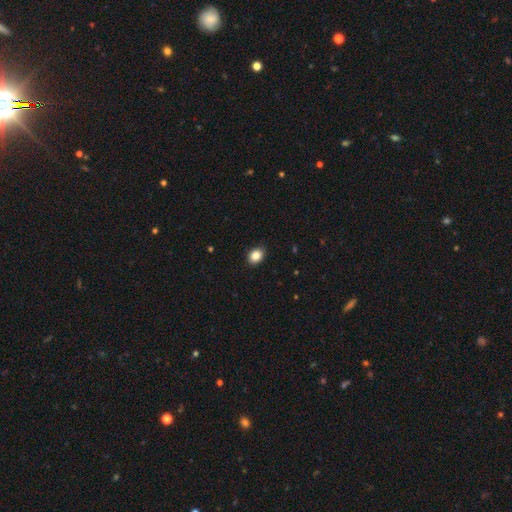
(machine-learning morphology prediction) smooth 87%, star or artifact 9%, featured or disk 4%. Down the decision tree: how rounded — in between (59%); merging — none (87%).